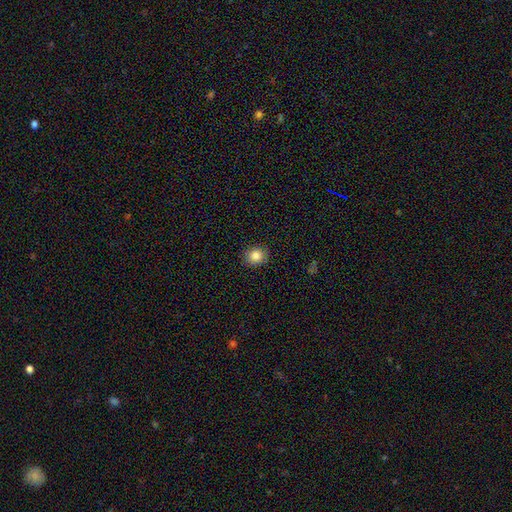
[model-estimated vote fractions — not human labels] Smooth or featured? smooth (84%)
How rounded? round (76%)
Merging? none (89%)